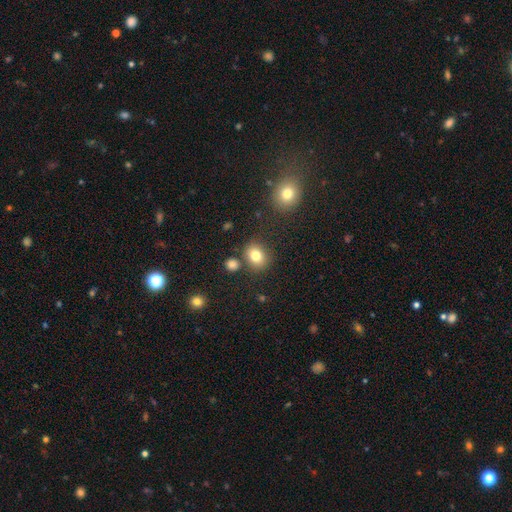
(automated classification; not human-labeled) Smooth or featured? smooth (81%)
How rounded? round (58%)
Merging? none (78%)